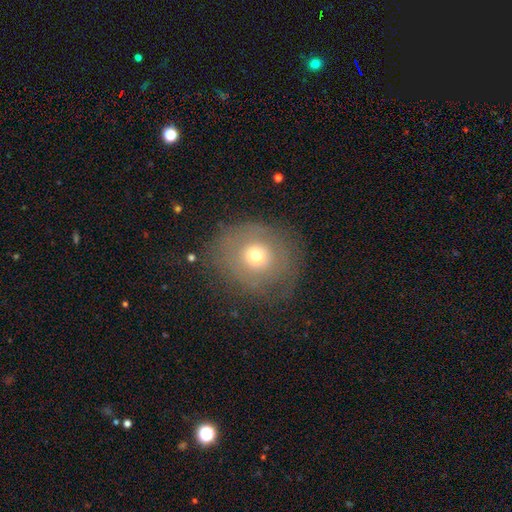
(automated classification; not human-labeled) A smooth galaxy with no disk features (53%) that is round (79%). Merging: none (73%).